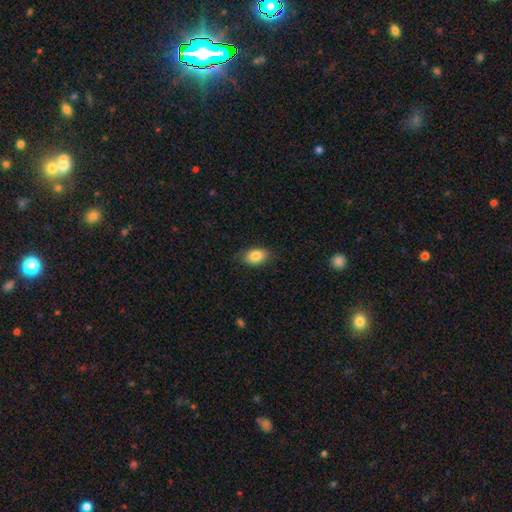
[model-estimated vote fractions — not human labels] Morphology: type=smooth (85%); roundness=in between (89%); merging=none (82%).